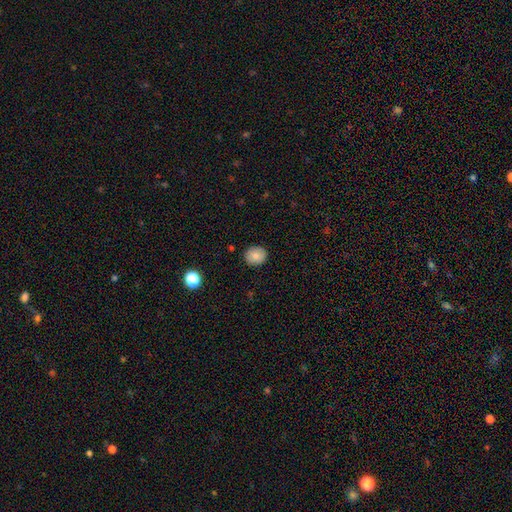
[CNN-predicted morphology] The model was most divided on "how rounded": round: 71%, in between: 28%, cigar-shaped: 1%. More confident: merging — none (89%); smooth or featured — smooth (83%).